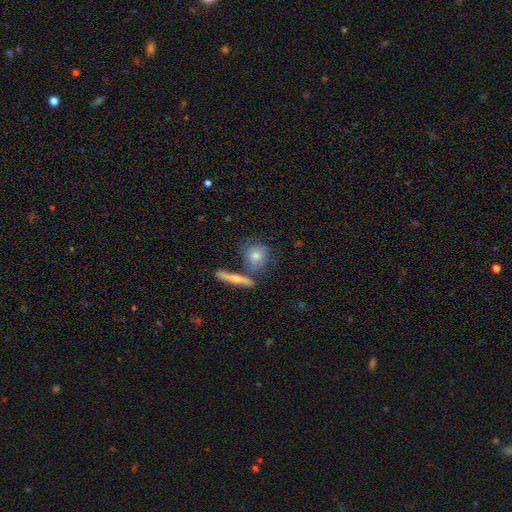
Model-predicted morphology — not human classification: smooth_or_featured: smooth (p=0.54) [alt: featured or disk p=0.37]
how_rounded: round (p=0.64) [alt: in between p=0.24]
merging: none (p=0.59) [alt: merger p=0.20]